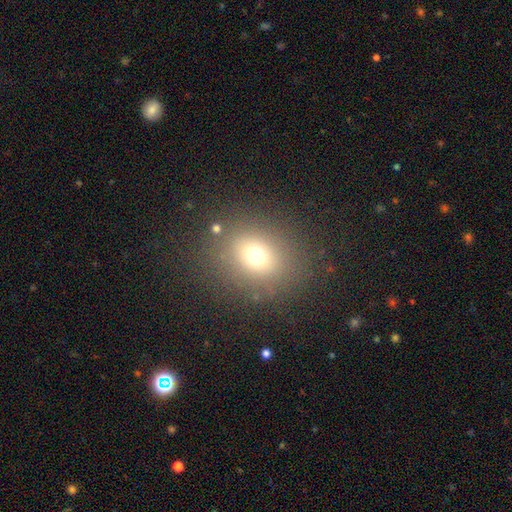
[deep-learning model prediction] Morphology: type=smooth (68%); roundness=round (65%); merging=none (83%).